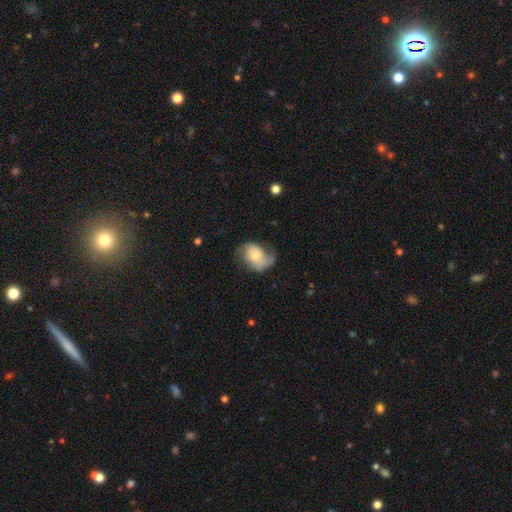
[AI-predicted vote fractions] Morphology: type=featured or disk (54%); edge-on=no (97%); bar=no (69%); spiral arms=yes (85%); bulge=small (49%); merging=none (44%).